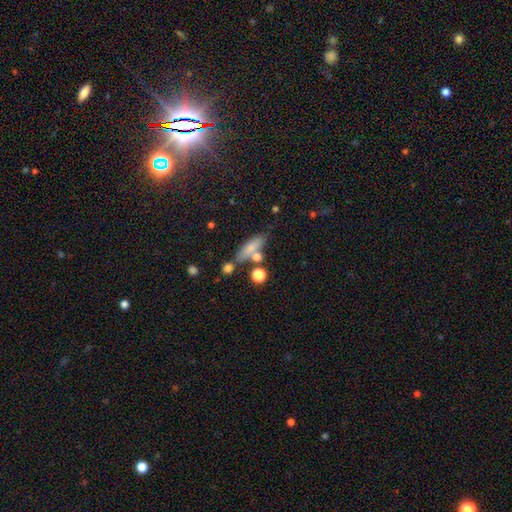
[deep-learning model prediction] smooth-or-featured: smooth: 71% | featured or disk: 18% | star or artifact: 11%
  how-rounded: cigar-shaped: 49% | in between: 40% | round: 11%
  merging: none: 60% | merger: 18% | minor disturbance: 16% | major disturbance: 7%